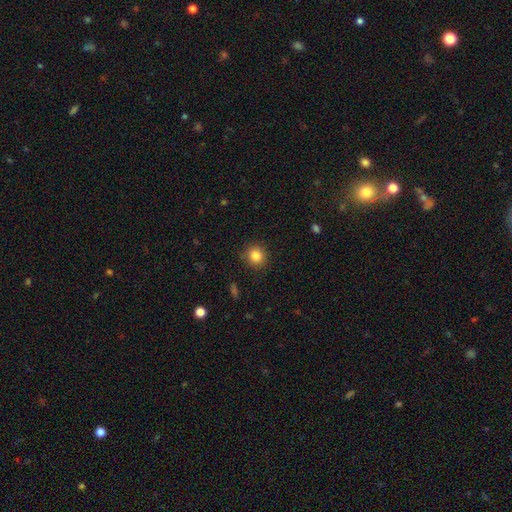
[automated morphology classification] This is clearly a smooth galaxy (84%). How rounded: clearly round (90%). Merging: clearly none (89%).